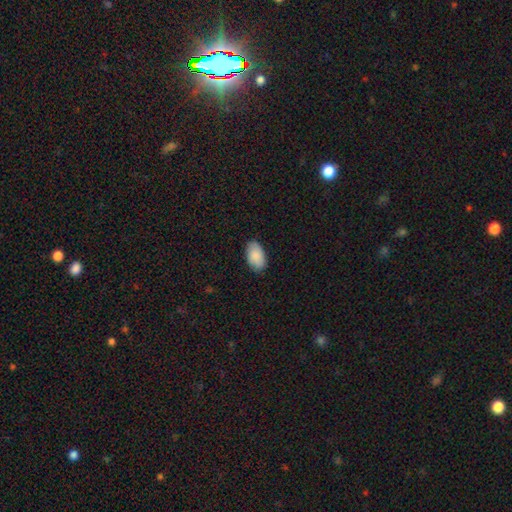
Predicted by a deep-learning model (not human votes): Smooth or featured?
  - smooth: 89% *
  - star or artifact: 6%
  - featured or disk: 5%
How rounded?
  - in between: 95% *
  - round: 4%
  - cigar-shaped: 1%
Merging?
  - none: 85% *
  - minor disturbance: 12%
  - major disturbance: 2%
  - merger: 1%